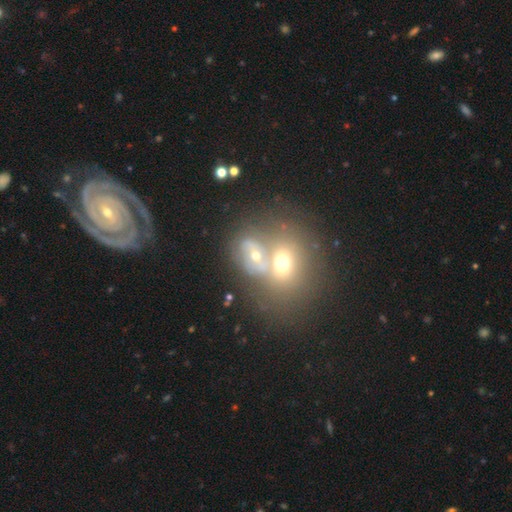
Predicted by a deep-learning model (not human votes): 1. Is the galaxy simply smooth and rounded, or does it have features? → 49% smooth, 36% featured or disk, 15% star or artifact.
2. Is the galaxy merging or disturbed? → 64% merger, 22% none, 7% minor disturbance, 6% major disturbance.